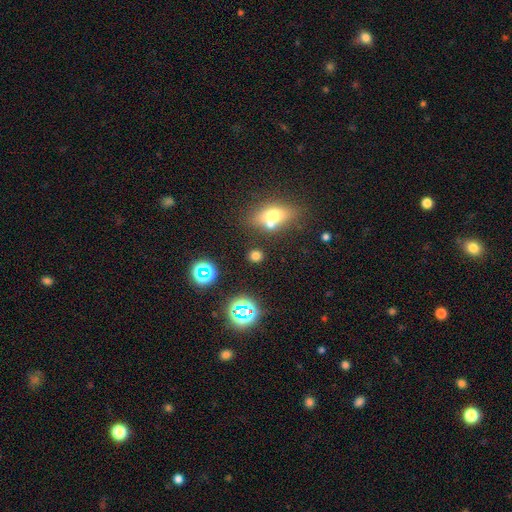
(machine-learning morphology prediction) Smooth or featured? smooth (67%)
How rounded? round (76%)
Merging? none (73%)